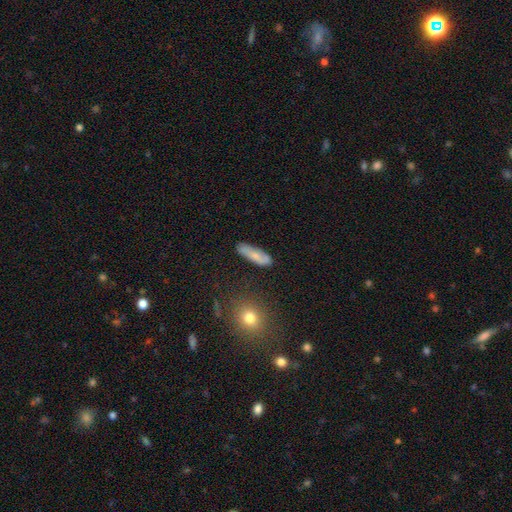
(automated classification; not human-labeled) smooth_or_featured: smooth (p=0.69) [alt: featured or disk p=0.24]
how_rounded: cigar-shaped (p=0.60) [alt: in between p=0.37]
merging: none (p=0.79) [alt: minor disturbance p=0.15]